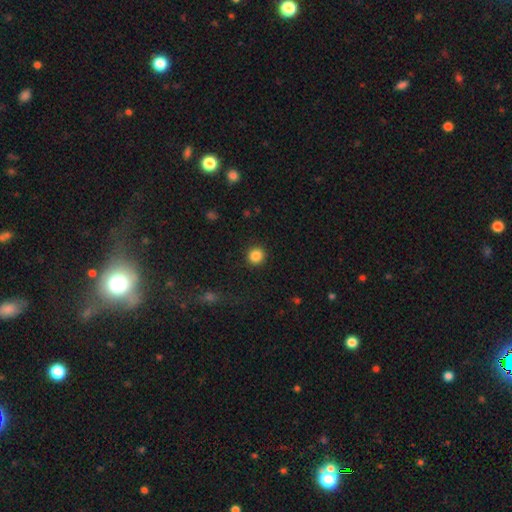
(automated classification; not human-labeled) A smooth galaxy with no disk features (85%) that is round (94%).

Vote fractions:
- Smooth or featured? smooth: 85% / star or artifact: 11% / featured or disk: 4%
- How rounded? round: 94% / in between: 5% / cigar-shaped: 1%
- Merging? none: 91% / minor disturbance: 5% / major disturbance: 2% / merger: 1%